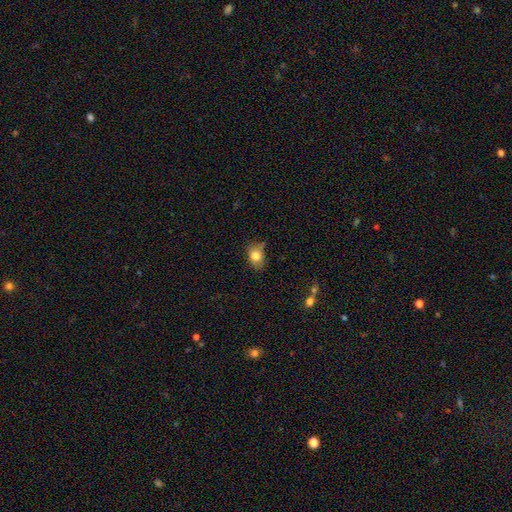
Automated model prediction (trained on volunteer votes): A smooth galaxy with no disk features (79%) that is in between round and cigar-shaped (64%). Merging: none (60%).